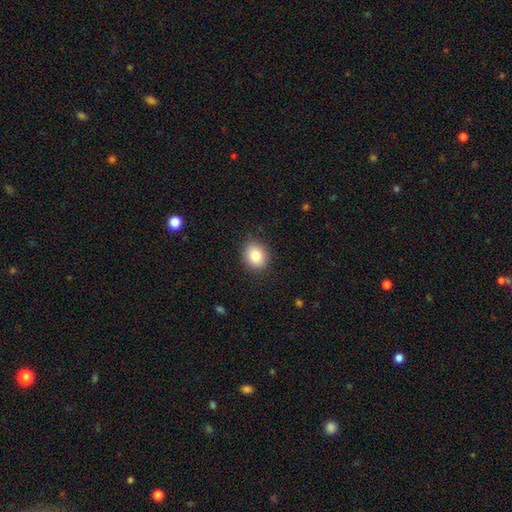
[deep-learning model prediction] Smooth or featured?
  - smooth: 84% *
  - star or artifact: 9%
  - featured or disk: 7%
How rounded?
  - round: 64% *
  - in between: 36%
  - cigar-shaped: 1%
Merging?
  - none: 88% *
  - minor disturbance: 9%
  - major disturbance: 2%
  - merger: 1%